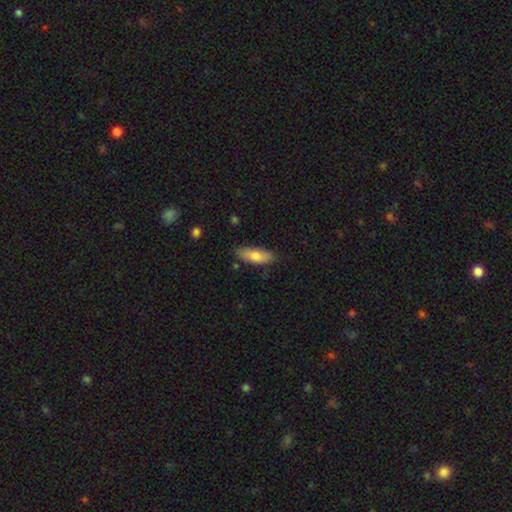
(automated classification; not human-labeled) This appears to be a smooth galaxy with no disk features (79%) that is in between round and cigar-shaped (66%). Merging: none (82%).